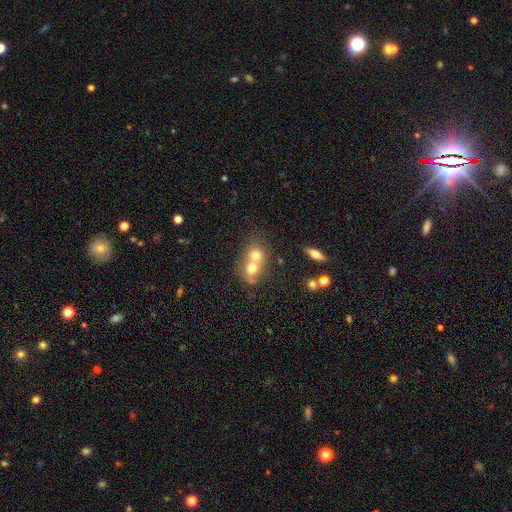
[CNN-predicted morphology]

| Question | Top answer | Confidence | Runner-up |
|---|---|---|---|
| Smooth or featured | smooth | 67% | featured or disk (22%) |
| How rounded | round | 67% | in between (32%) |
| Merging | merger | 71% | none (21%) |